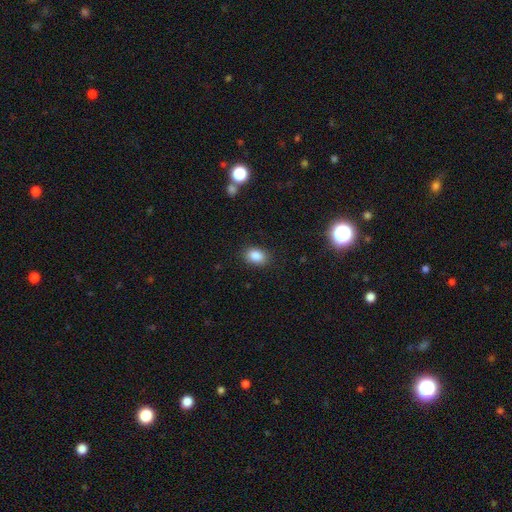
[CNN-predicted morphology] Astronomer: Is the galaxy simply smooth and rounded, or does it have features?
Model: smooth — 86%.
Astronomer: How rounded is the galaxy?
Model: in between — 75%.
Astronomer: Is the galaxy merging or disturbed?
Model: none — 86%.